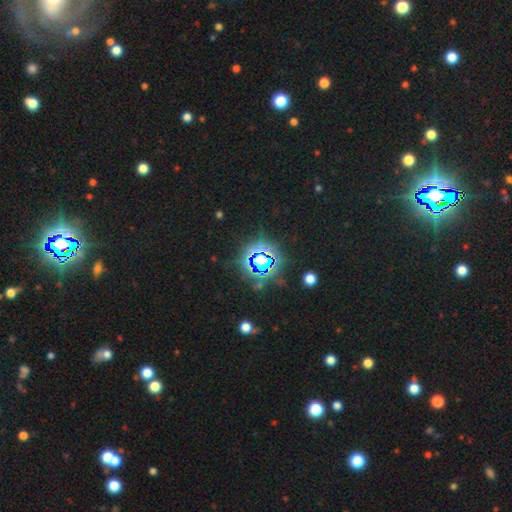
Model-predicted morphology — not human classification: star or artifact 73%, smooth 17%, featured or disk 10%.